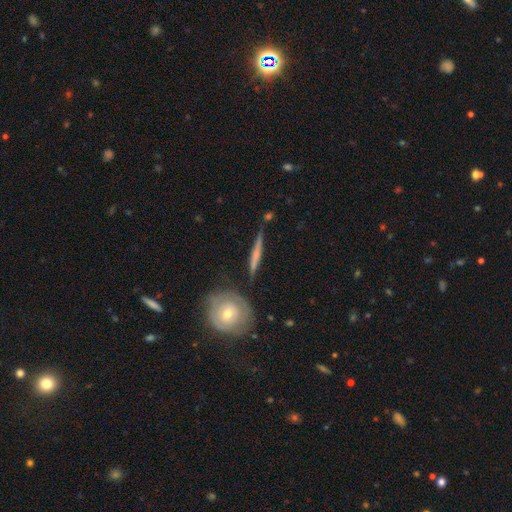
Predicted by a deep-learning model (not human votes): Smooth or featured: featured or disk — 56% (smooth — 38%)
Edge-on disk: yes — 89% (no — 11%)
Merging: none — 80% (minor disturbance — 13%)